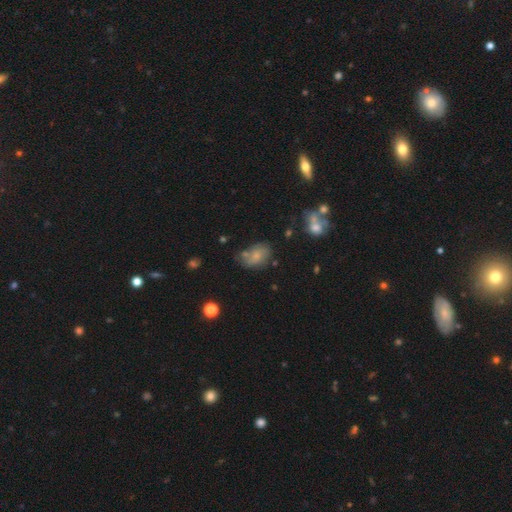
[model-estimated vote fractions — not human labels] This is likely a smooth galaxy (63%). How rounded: clearly in between (83%). Merging: possibly none (51%).